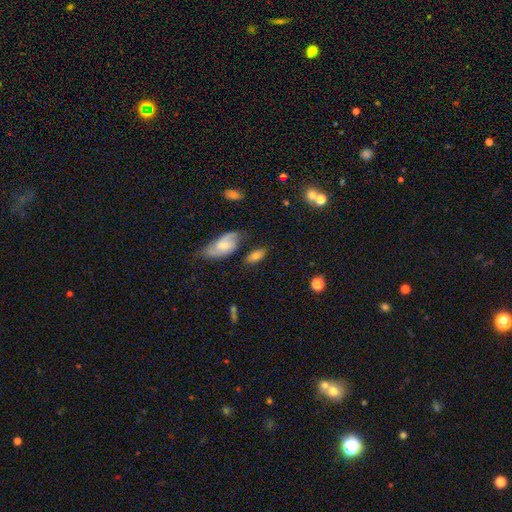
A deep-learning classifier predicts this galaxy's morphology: Smooth or featured: smooth — 74% (featured or disk — 17%)
How rounded: in between — 89% (cigar-shaped — 7%)
Merging: none — 63% (minor disturbance — 21%)